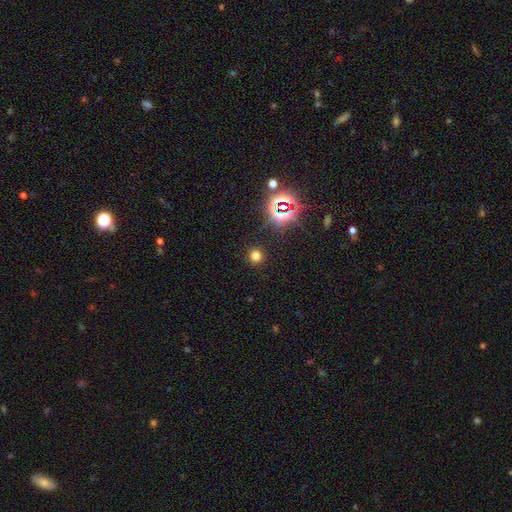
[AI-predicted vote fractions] Smooth or featured? Predicted: smooth (p=0.69). How rounded? Predicted: round (p=0.92). Merging? Predicted: none (p=0.90).